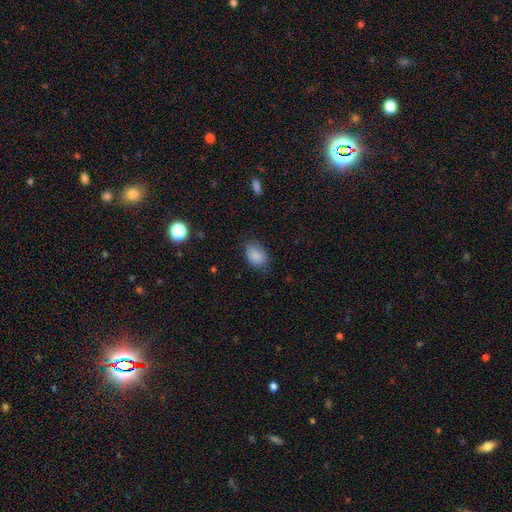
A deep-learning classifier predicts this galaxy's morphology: Smooth or featured? smooth (87%)
How rounded? in between (81%)
Merging? none (71%)